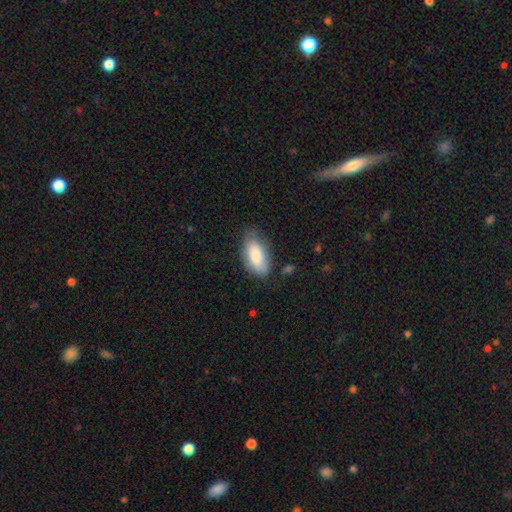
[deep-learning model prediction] Smooth or featured? smooth (82%)
How rounded? in between (91%)
Merging? none (64%)